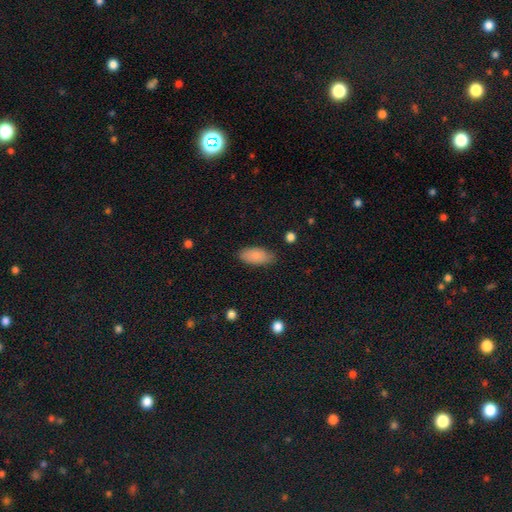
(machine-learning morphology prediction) Smooth or featured?
  - smooth: 85% *
  - featured or disk: 8%
  - star or artifact: 6%
How rounded?
  - in between: 91% *
  - cigar-shaped: 7%
  - round: 2%
Merging?
  - none: 80% *
  - minor disturbance: 15%
  - major disturbance: 3%
  - merger: 1%